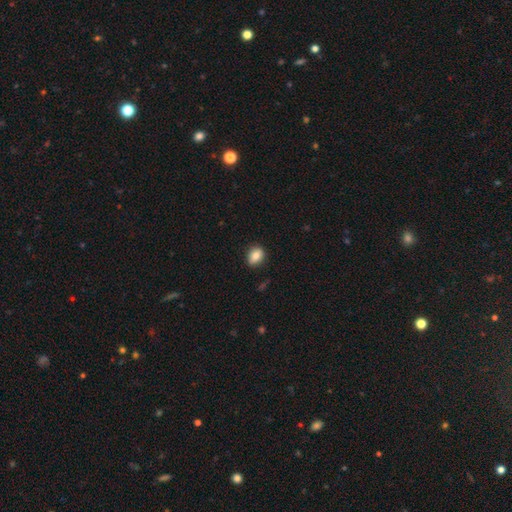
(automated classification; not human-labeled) Smooth or featured: smooth — 84% (star or artifact — 8%)
How rounded: in between — 63% (round — 35%)
Merging: none — 84% (minor disturbance — 13%)